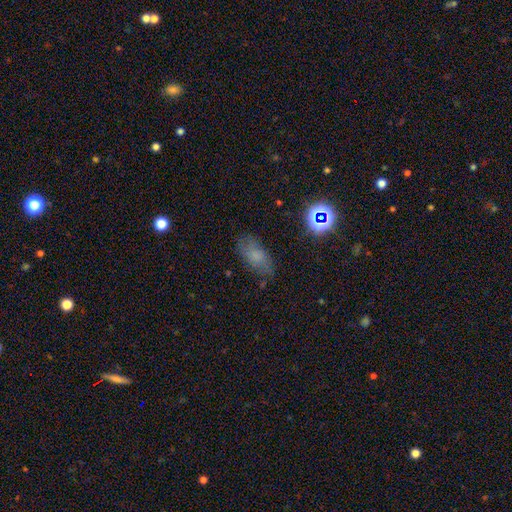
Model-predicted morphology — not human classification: type=smooth (67%); roundness=in between (89%); merging=none (71%).